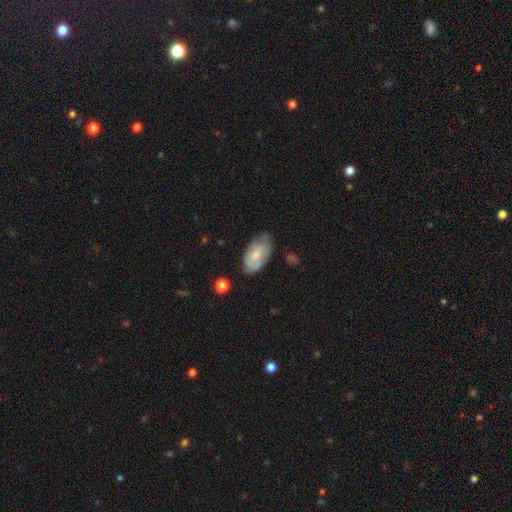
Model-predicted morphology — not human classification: Smooth or featured? Predicted: smooth (p=0.68). How rounded? Predicted: in between (p=0.94). Merging? Predicted: none (p=0.59).